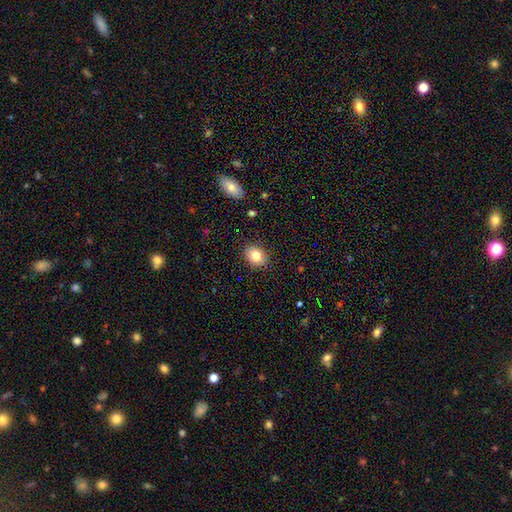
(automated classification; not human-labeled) This appears to be a smooth galaxy with no disk features (81%) that is in between round and cigar-shaped (51%). Merging: none (88%).